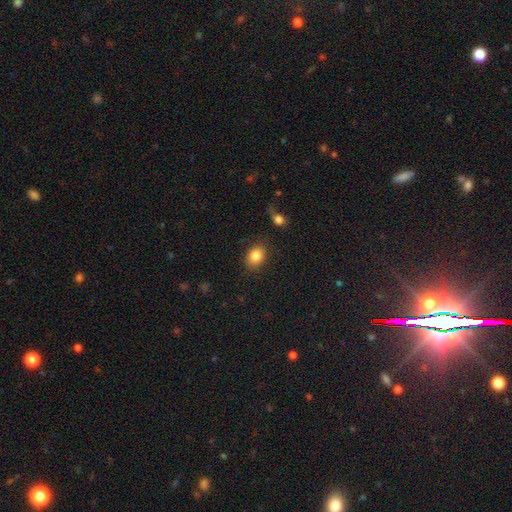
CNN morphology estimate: A smooth galaxy with no disk features (85%) that is in between round and cigar-shaped (71%). Merging: none (82%).